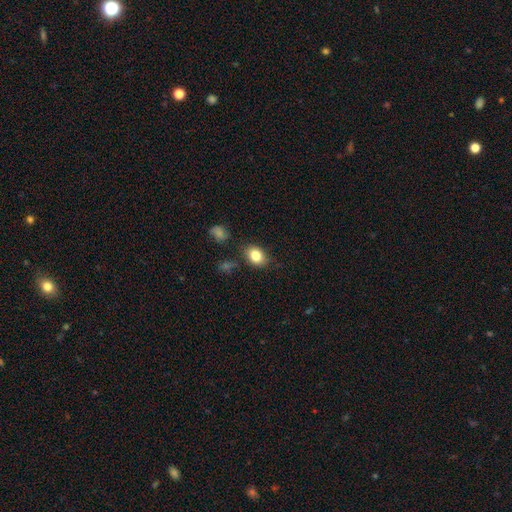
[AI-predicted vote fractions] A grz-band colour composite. It shows a smooth galaxy with no disk features (83%) that is in between round and cigar-shaped (66%). Merging: none (78%).